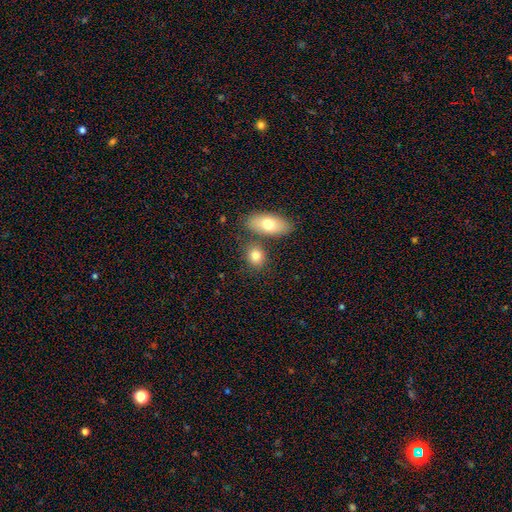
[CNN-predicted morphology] smooth 78%, featured or disk 13%, star or artifact 9%. Down the decision tree: how rounded — in between (57%); merging — none (66%).